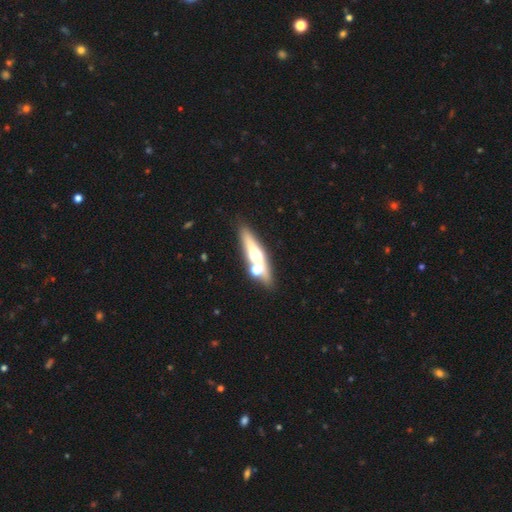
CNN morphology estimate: Smooth or featured? featured or disk (53%)
Edge-on disk? yes (83%)
Merging? none (64%)